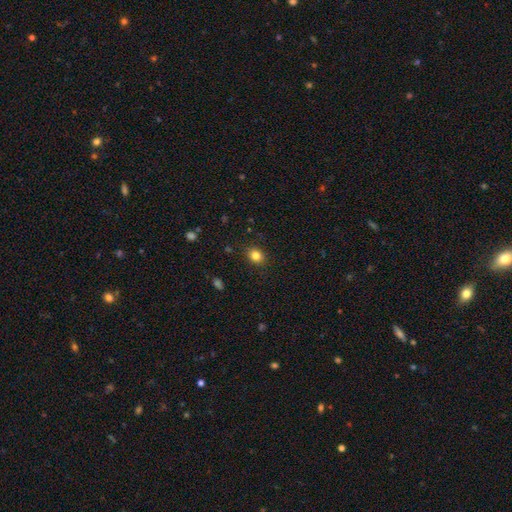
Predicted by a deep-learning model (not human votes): smooth 82%, star or artifact 12%, featured or disk 6%. Down the decision tree: how rounded — round (61%); merging — none (88%).